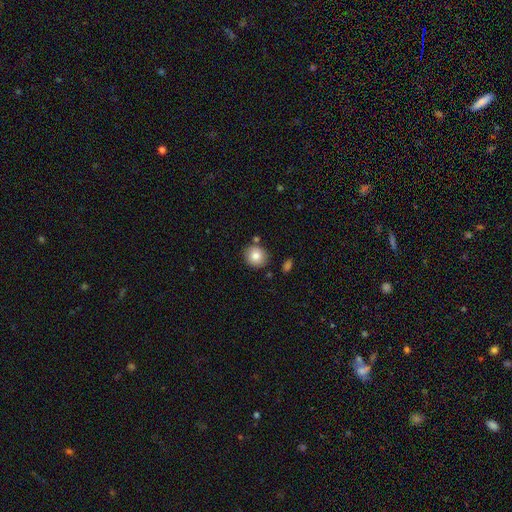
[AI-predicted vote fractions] A smooth galaxy with no disk features (82%) that is round (85%).

Vote fractions:
- Smooth or featured? smooth: 82% / featured or disk: 9% / star or artifact: 9%
- How rounded? round: 85% / in between: 14% / cigar-shaped: 1%
- Merging? none: 81% / minor disturbance: 10% / merger: 6% / major disturbance: 2%